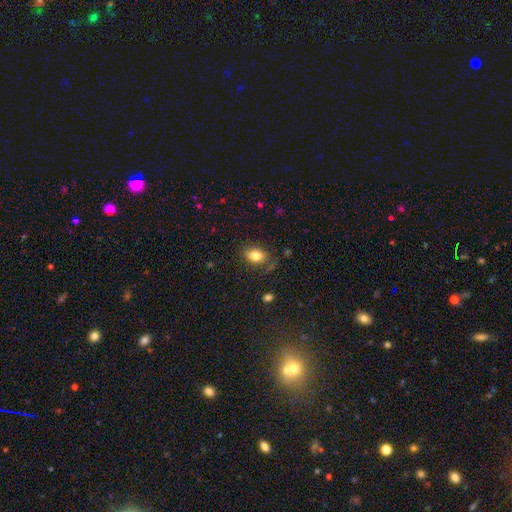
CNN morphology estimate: A smooth galaxy with no disk features (81%) that is in between round and cigar-shaped (79%).

Vote fractions:
- Smooth or featured? smooth: 81% / star or artifact: 10% / featured or disk: 9%
- How rounded? in between: 79% / round: 20% / cigar-shaped: 2%
- Merging? none: 80% / minor disturbance: 14% / major disturbance: 4% / merger: 3%